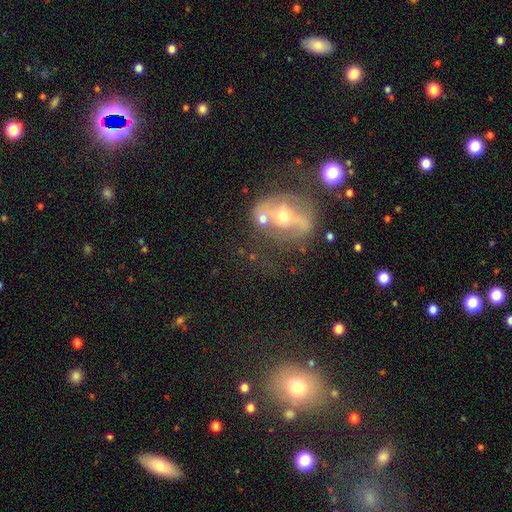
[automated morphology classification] Smooth or featured? Predicted: featured or disk (p=0.57). Edge-on disk? Predicted: no (p=0.91). Bar? Predicted: no (p=0.52). Spiral arms? Predicted: no (p=0.53). Bulge size? Predicted: moderate (p=0.56). Merging? Predicted: none (p=0.41).